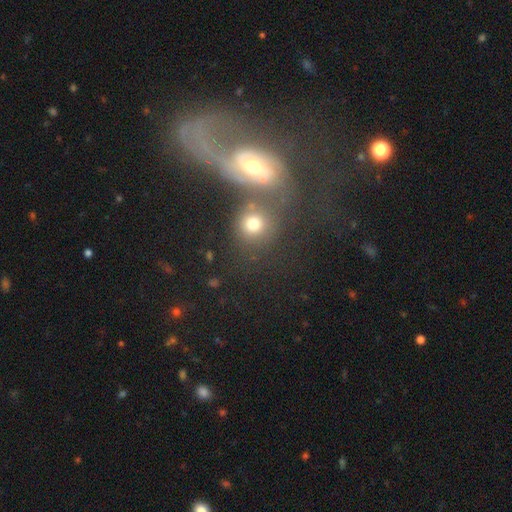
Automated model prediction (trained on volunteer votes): This appears to be a smooth galaxy with no disk features (46%). Merging: merger (65%).